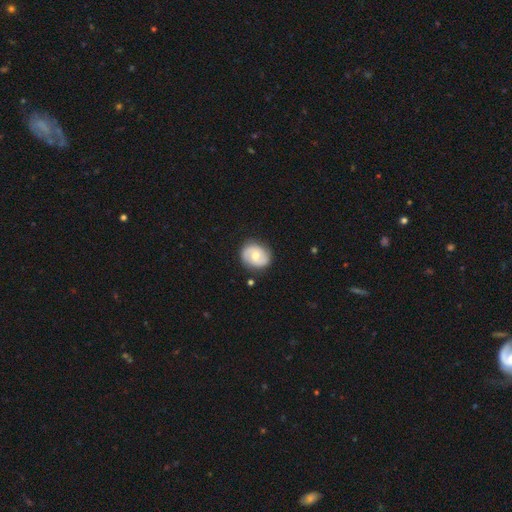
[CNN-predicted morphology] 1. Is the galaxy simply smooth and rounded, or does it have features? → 61% featured or disk, 33% smooth, 6% star or artifact.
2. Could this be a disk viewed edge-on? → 97% no, 3% yes.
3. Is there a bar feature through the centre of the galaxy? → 61% no, 32% weak, 7% strong.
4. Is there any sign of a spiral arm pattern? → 83% yes, 17% no.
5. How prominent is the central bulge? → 70% moderate, 25% small, 3% large, 1% none, 1% dominant.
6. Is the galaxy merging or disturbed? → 84% none, 12% minor disturbance, 3% major disturbance, 1% merger.